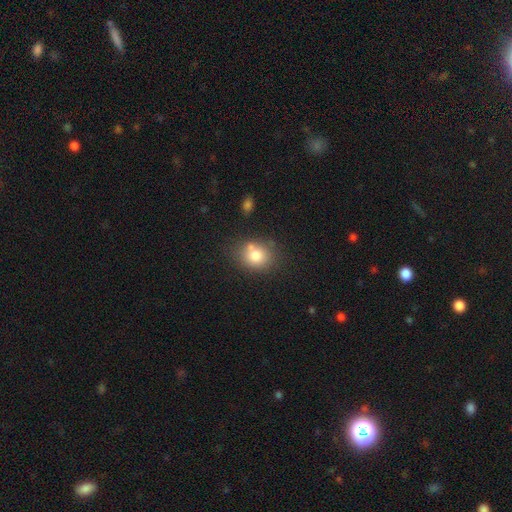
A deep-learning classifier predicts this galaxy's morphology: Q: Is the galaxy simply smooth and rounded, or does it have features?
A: smooth — 78%.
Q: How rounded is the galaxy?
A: round — 62%.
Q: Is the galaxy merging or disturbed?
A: none — 62%.